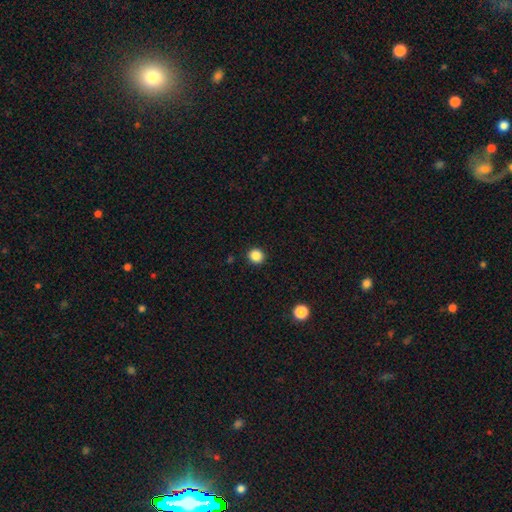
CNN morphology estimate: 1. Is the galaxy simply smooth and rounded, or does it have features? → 86% smooth, 11% star or artifact, 3% featured or disk.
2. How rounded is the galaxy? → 93% round, 6% in between, 1% cigar-shaped.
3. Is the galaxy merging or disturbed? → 93% none, 5% minor disturbance, 2% major disturbance, 1% merger.